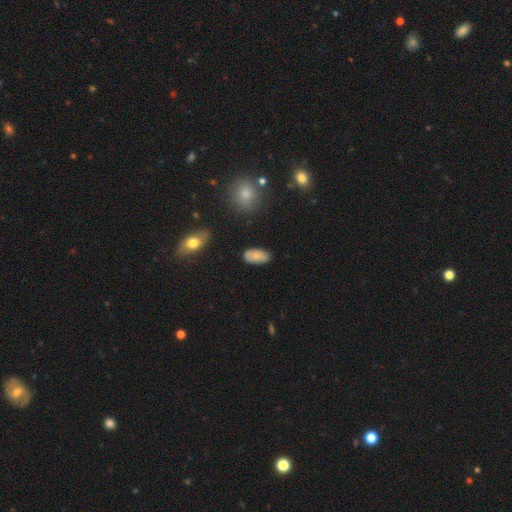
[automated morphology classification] smooth 80%, featured or disk 12%, star or artifact 8%. Down the decision tree: how rounded — in between (94%); merging — none (81%).